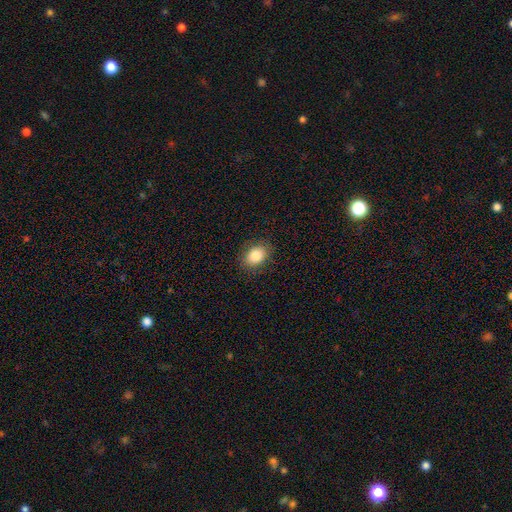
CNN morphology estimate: Smooth or featured? Predicted: smooth (p=0.85). How rounded? Predicted: in between (p=0.66). Merging? Predicted: none (p=0.86).